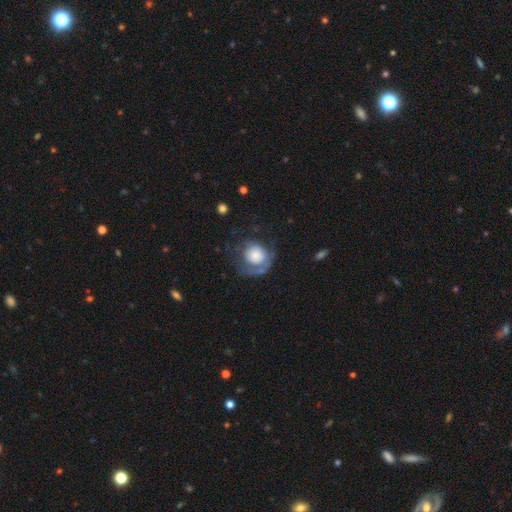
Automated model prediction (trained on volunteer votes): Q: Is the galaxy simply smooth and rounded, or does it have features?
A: featured or disk — 47%.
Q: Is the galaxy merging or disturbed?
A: none — 42%.